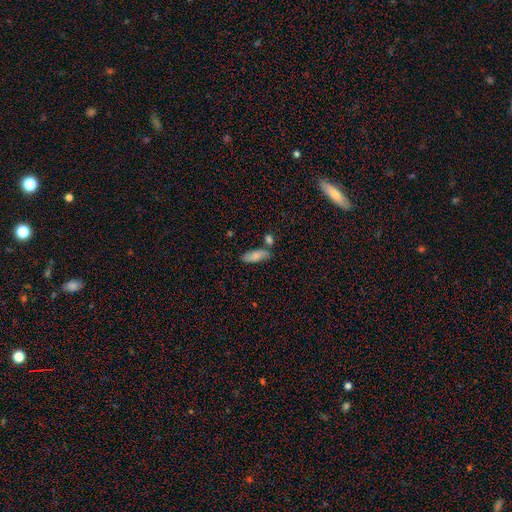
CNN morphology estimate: Smooth or featured? smooth (77%)
How rounded? in between (71%)
Merging? none (65%)